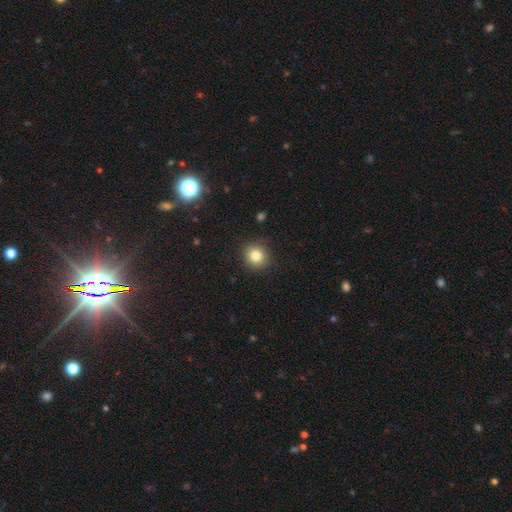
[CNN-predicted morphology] Smooth or featured? smooth (83%)
How rounded? round (89%)
Merging? none (89%)